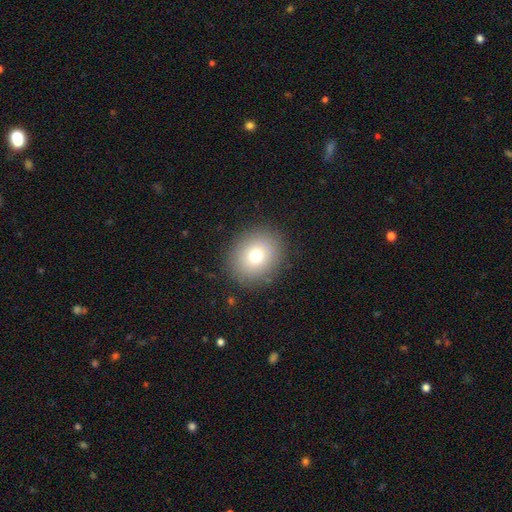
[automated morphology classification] Smooth or featured? Predicted: smooth (p=0.74). How rounded? Predicted: round (p=0.78). Merging? Predicted: none (p=0.88).